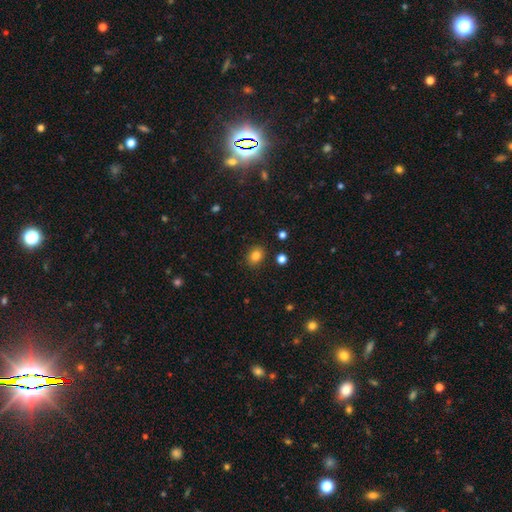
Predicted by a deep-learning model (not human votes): Smooth or featured? Predicted: smooth (p=0.83). How rounded? Predicted: in between (p=0.53). Merging? Predicted: none (p=0.87).